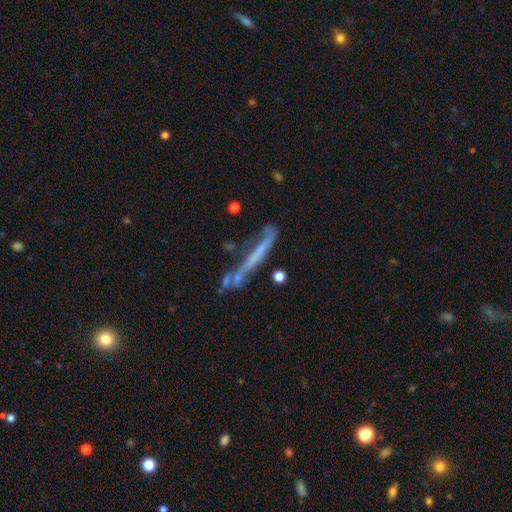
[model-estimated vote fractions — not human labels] The model was most divided on "smooth or featured": featured or disk: 51%, smooth: 36%, star or artifact: 12%. Remaining: edge-on disk — yes (71%); merging — none (43%).